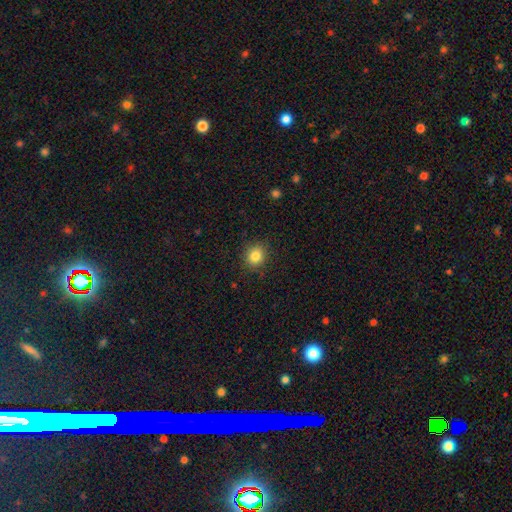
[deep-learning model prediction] Overall: smooth (84%). How rounded: round (84%). Merging: none (88%).